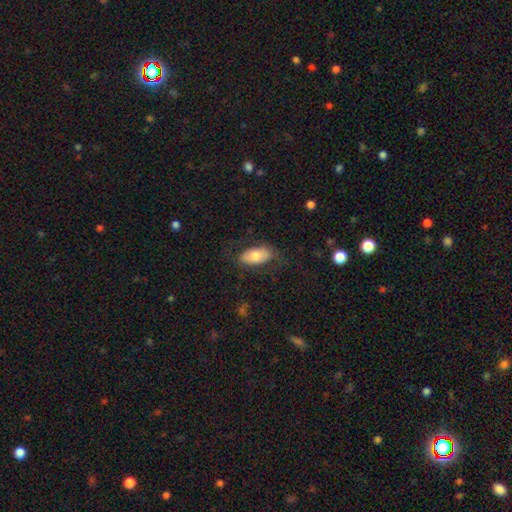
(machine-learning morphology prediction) smooth-or-featured: smooth: 69% | featured or disk: 25% | star or artifact: 7%
  how-rounded: in between: 92% | cigar-shaped: 4% | round: 3%
  merging: none: 72% | minor disturbance: 17% | major disturbance: 10% | merger: 1%